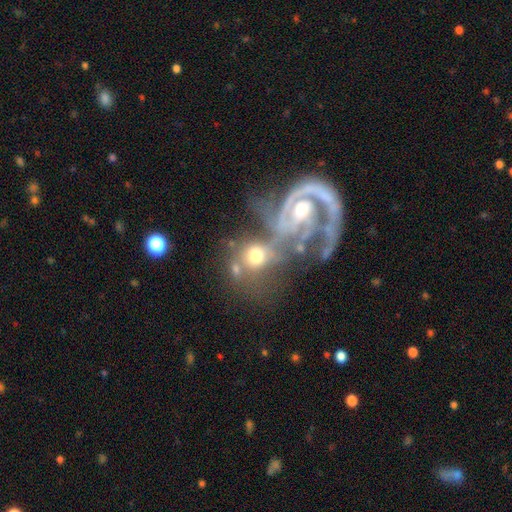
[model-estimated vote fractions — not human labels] Smooth or featured?
  - featured or disk: 49% *
  - smooth: 40%
  - star or artifact: 12%
Merging?
  - merger: 57% *
  - none: 21%
  - major disturbance: 13%
  - minor disturbance: 9%